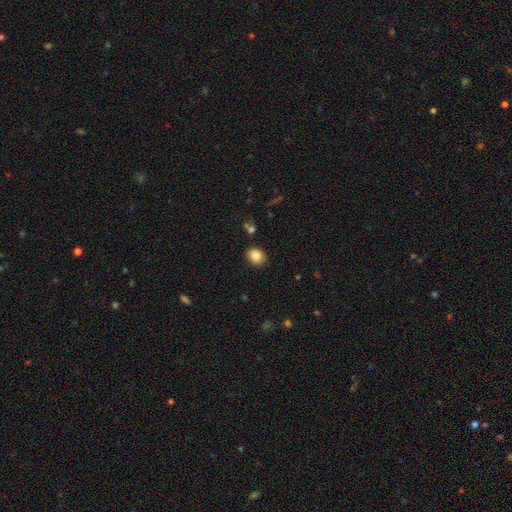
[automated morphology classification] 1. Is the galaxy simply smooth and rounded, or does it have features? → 87% smooth, 10% star or artifact, 4% featured or disk.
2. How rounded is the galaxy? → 58% round, 41% in between, 1% cigar-shaped.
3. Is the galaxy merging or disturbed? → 83% none, 11% minor disturbance, 3% major disturbance, 3% merger.